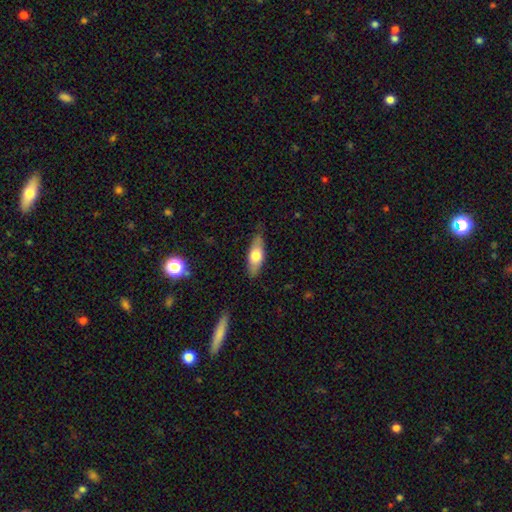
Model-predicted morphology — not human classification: type=smooth (65%); roundness=in between (68%); merging=none (77%).